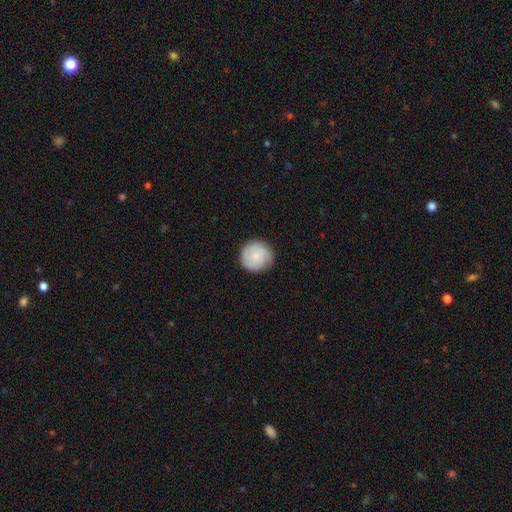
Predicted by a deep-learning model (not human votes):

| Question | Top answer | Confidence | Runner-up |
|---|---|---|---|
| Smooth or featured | smooth | 63% | featured or disk (30%) |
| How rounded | round | 93% | in between (6%) |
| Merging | none | 85% | minor disturbance (11%) |